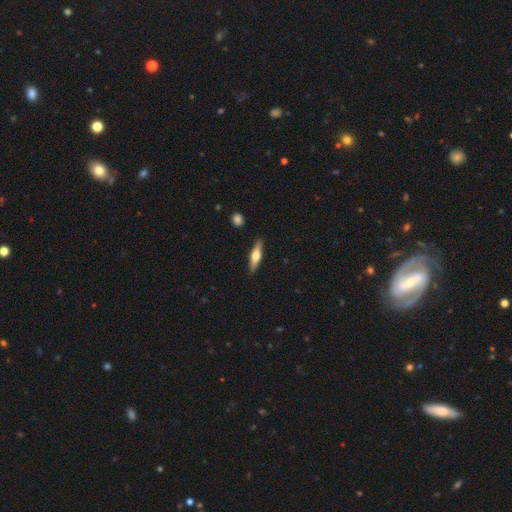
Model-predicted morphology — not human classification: Smooth or featured? featured or disk (48%)
Merging? none (89%)